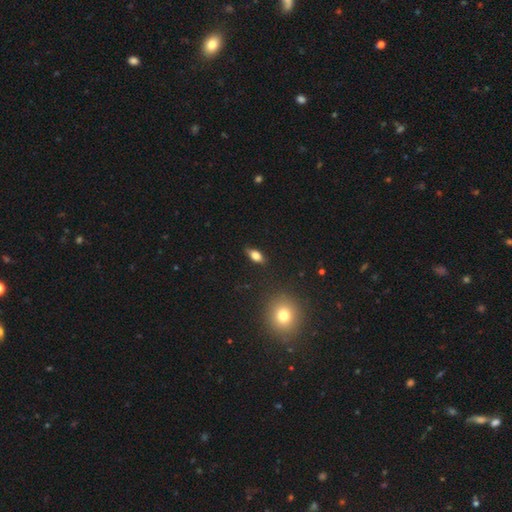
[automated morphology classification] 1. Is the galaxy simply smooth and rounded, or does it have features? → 73% smooth, 18% featured or disk, 9% star or artifact.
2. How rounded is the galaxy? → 82% in between, 11% cigar-shaped, 7% round.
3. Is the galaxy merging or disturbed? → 82% none, 14% minor disturbance, 3% major disturbance, 2% merger.